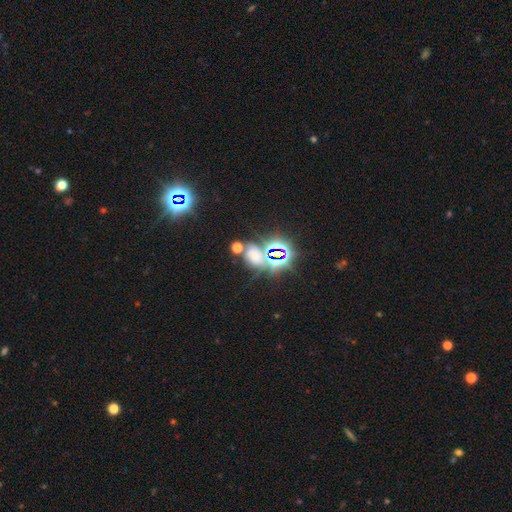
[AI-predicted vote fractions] Smooth or featured?
  - star or artifact: 54% *
  - smooth: 34%
  - featured or disk: 12%